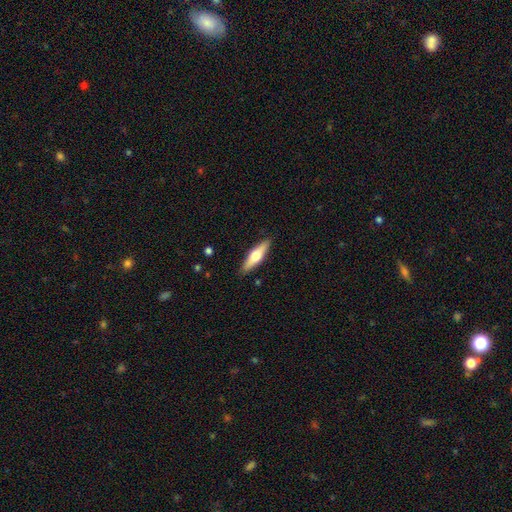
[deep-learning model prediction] The model was most divided on "smooth or featured": smooth: 49%, featured or disk: 46%, star or artifact: 5%. More confident: merging — none (89%).